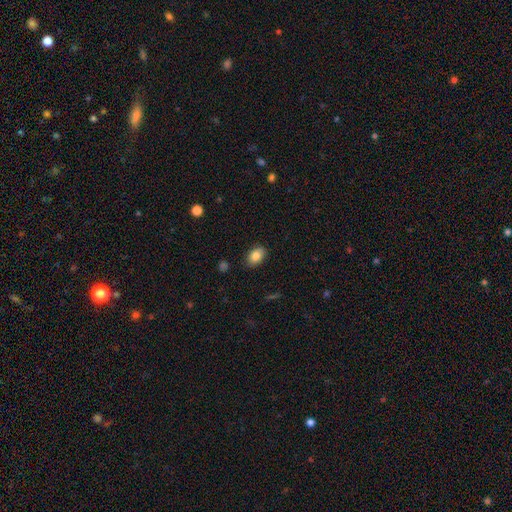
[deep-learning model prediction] The model was most divided on "how rounded": in between: 85%, round: 13%, cigar-shaped: 1%. More confident: merging — none (86%); smooth or featured — smooth (84%).